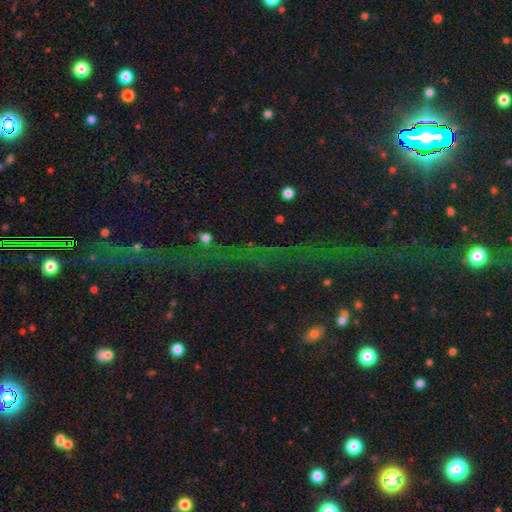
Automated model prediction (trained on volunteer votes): Q: Smooth or featured?
A: star or artifact (69%); runner-up: featured or disk (16%)